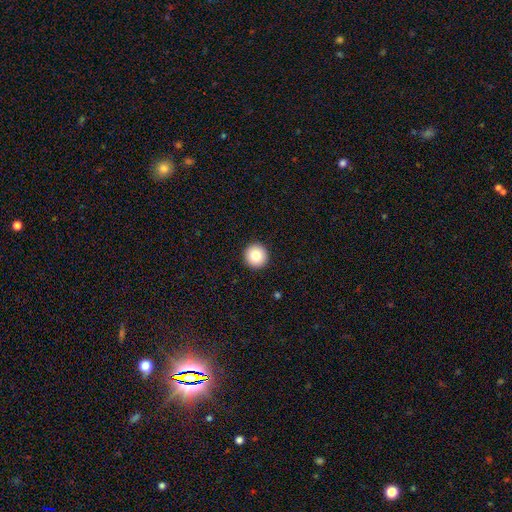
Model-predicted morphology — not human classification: Q: Smooth or featured?
A: smooth (83%); runner-up: star or artifact (9%)
Q: How rounded?
A: round (96%); runner-up: in between (3%)
Q: Merging?
A: none (94%); runner-up: minor disturbance (4%)